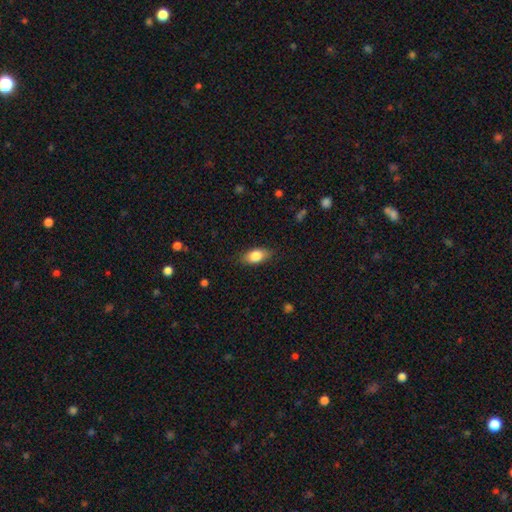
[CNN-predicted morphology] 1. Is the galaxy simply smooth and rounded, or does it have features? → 82% smooth, 11% featured or disk, 7% star or artifact.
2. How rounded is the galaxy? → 88% in between, 7% cigar-shaped, 5% round.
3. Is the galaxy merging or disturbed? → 82% none, 13% minor disturbance, 3% major disturbance, 1% merger.